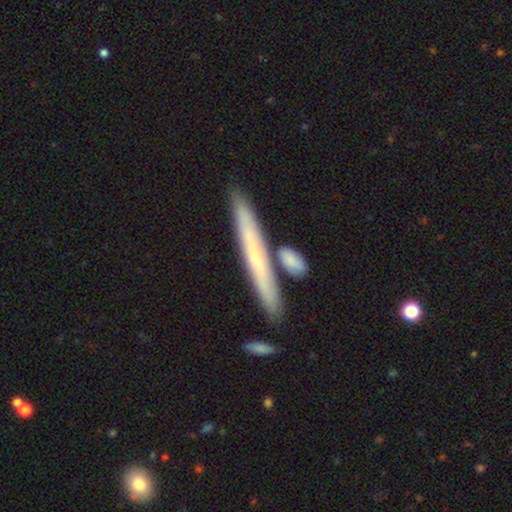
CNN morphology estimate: This appears to be a smooth galaxy with no disk features (52%) that is cigar-shaped (96%). Merging: none (81%).